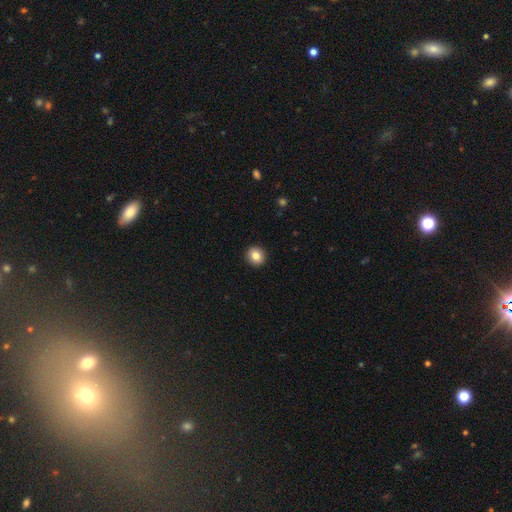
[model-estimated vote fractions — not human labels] Q: Smooth or featured?
A: smooth (85%); runner-up: star or artifact (9%)
Q: How rounded?
A: round (87%); runner-up: in between (12%)
Q: Merging?
A: none (93%); runner-up: minor disturbance (5%)